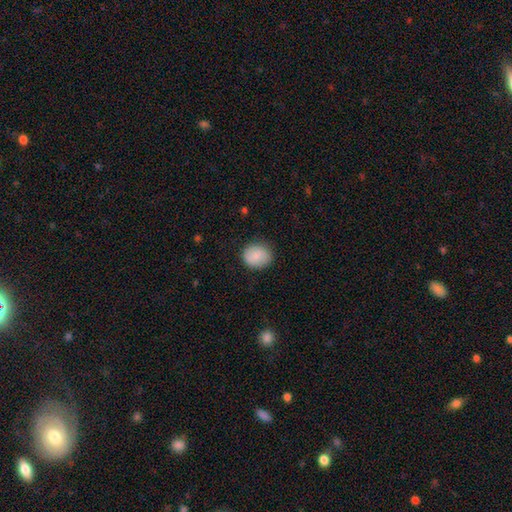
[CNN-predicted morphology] This is clearly a smooth galaxy (84%). How rounded: likely round (73%). Merging: clearly none (84%).